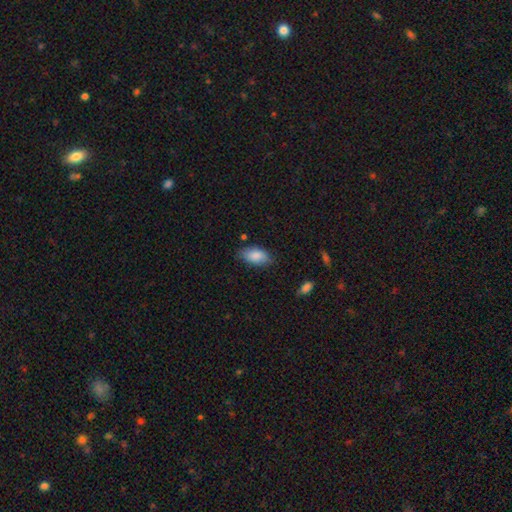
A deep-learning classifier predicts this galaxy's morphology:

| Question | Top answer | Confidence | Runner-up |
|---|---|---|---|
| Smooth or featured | smooth | 87% | star or artifact (6%) |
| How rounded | in between | 93% | cigar-shaped (4%) |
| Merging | none | 77% | minor disturbance (18%) |